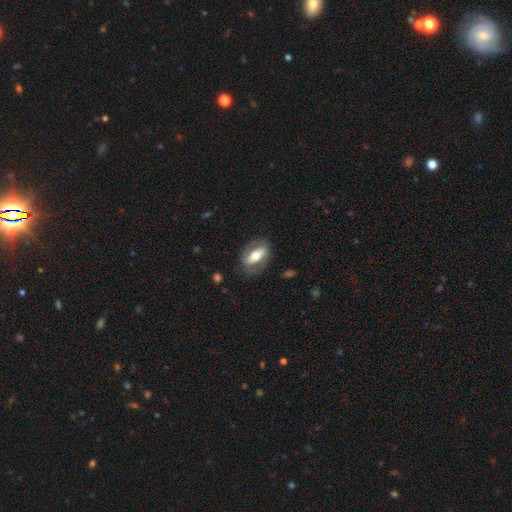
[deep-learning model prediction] Morphology: type=featured or disk (56%); edge-on=no (76%); merging=none (76%).